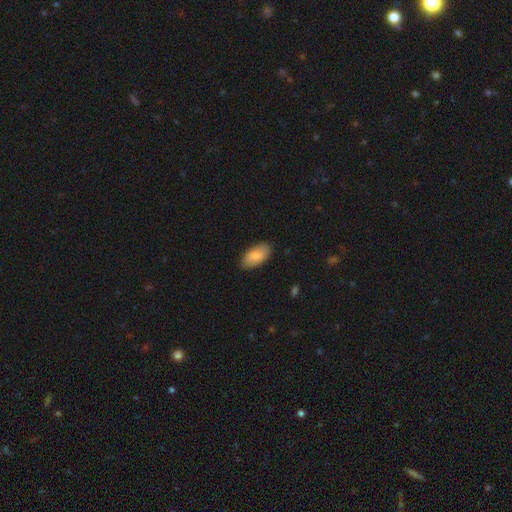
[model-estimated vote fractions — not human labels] This is clearly a smooth galaxy (82%). How rounded: clearly in between (93%). Merging: clearly none (85%).